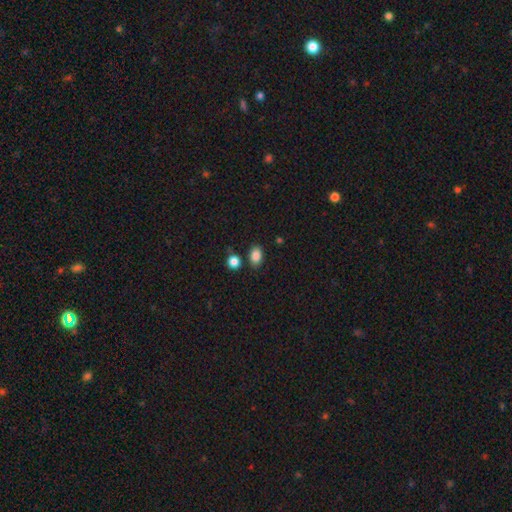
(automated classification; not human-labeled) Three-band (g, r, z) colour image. It shows a smooth galaxy with no disk features (86%) that is in between round and cigar-shaped (78%). Merging: none (79%).